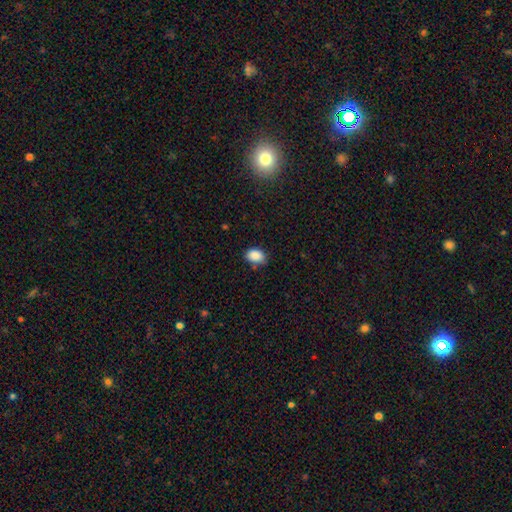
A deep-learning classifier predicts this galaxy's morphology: This is clearly a smooth galaxy (88%). How rounded: likely in between (79%). Merging: likely none (75%).